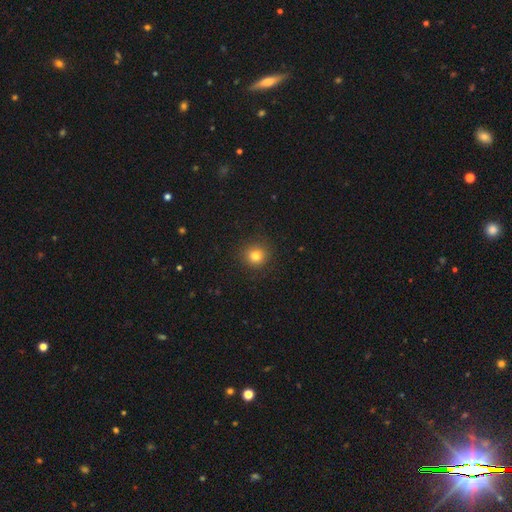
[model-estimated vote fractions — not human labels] This is likely a smooth galaxy (80%). How rounded: clearly round (92%). Merging: clearly none (91%).